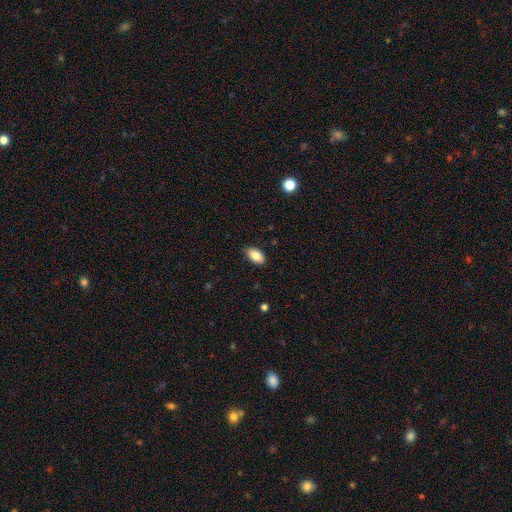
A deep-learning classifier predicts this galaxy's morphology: A smooth galaxy with no disk features (84%) that is in between round and cigar-shaped (93%).

Vote fractions:
- Smooth or featured? smooth: 84% / featured or disk: 8% / star or artifact: 7%
- How rounded? in between: 93% / round: 4% / cigar-shaped: 3%
- Merging? none: 84% / minor disturbance: 13% / major disturbance: 2% / merger: 1%